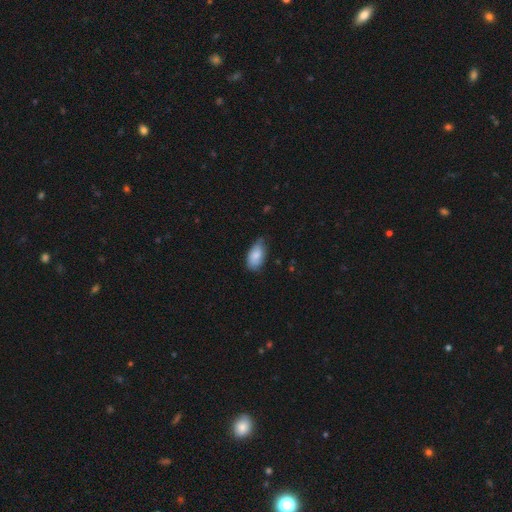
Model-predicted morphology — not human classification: A smooth galaxy with no disk features (80%) that is in between round and cigar-shaped (93%).

Vote fractions:
- Smooth or featured? smooth: 80% / featured or disk: 13% / star or artifact: 7%
- How rounded? in between: 93% / round: 4% / cigar-shaped: 3%
- Merging? none: 57% / minor disturbance: 36% / major disturbance: 6% / merger: 2%